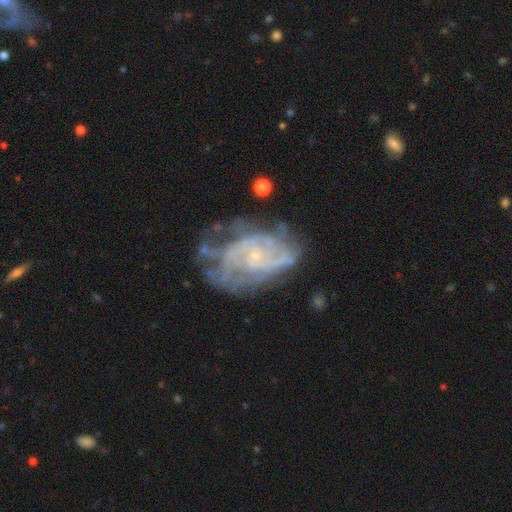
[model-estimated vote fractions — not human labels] This appears to be a featured or disk galaxy (83%) with no bar (71%), tight (51%) spiral arms (85%) and a small central bulge (77%). Merging: none (46%).